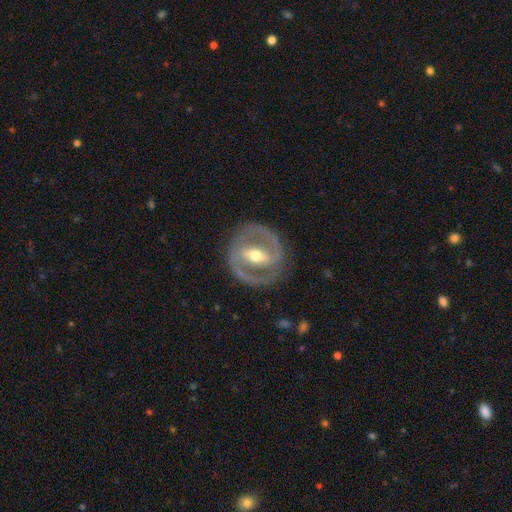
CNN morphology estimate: Smooth or featured: featured or disk — 87% (smooth — 9%)
Edge-on disk: no — 96% (yes — 4%)
Bar: strong — 58% (weak — 30%)
Spiral arms: yes — 83% (no — 17%)
Spiral winding: medium — 49% (tight — 39%)
Spiral arm count: 2 — 89% (can't tell — 5%)
Bulge size: moderate — 66% (small — 28%)
Merging: none — 84% (minor disturbance — 10%)